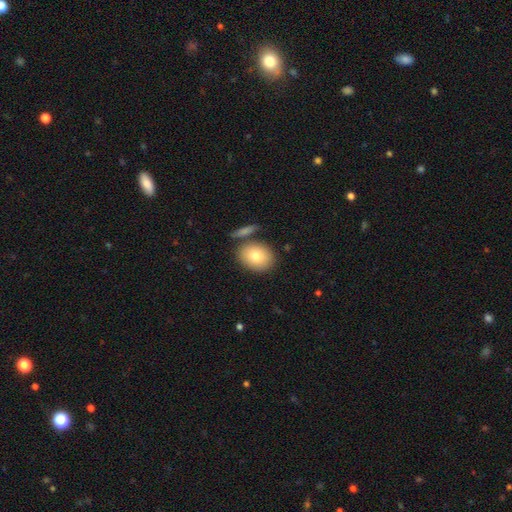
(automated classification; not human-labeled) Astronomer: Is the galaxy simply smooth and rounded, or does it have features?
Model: smooth — 79%.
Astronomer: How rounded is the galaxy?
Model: in between — 58% (runner-up: round, 40%).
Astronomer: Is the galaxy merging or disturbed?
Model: none — 73%.